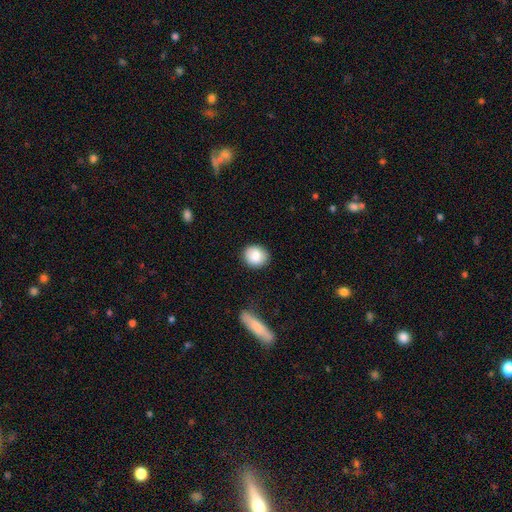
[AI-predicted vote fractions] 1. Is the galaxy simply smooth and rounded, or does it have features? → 83% smooth, 9% featured or disk, 8% star or artifact.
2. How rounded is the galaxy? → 77% round, 21% in between, 1% cigar-shaped.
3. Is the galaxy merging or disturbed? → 87% none, 9% minor disturbance, 2% major disturbance, 2% merger.